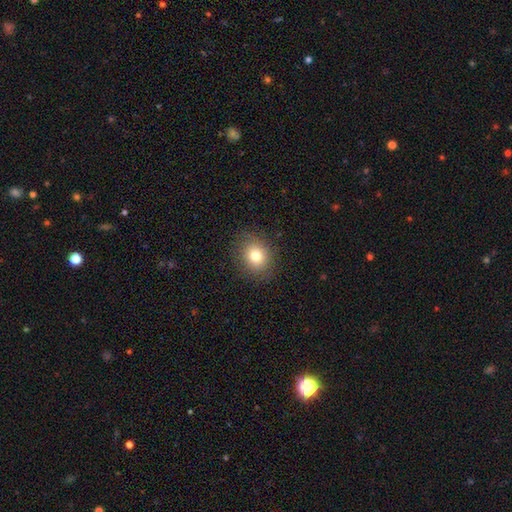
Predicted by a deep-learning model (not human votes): The model was most divided on "how rounded": round: 66%, in between: 33%, cigar-shaped: 1%. More confident: merging — none (85%); smooth or featured — smooth (78%).